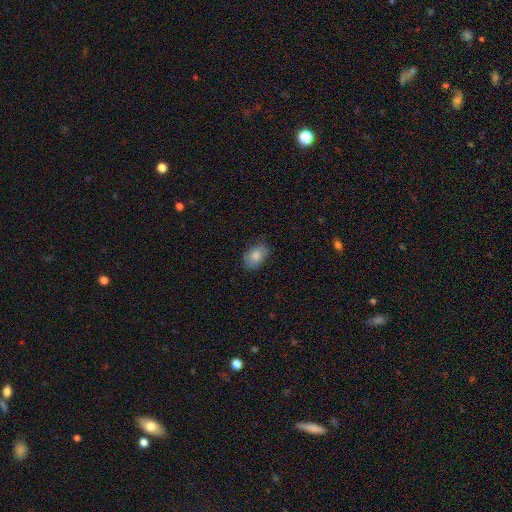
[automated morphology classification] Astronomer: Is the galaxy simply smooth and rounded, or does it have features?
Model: smooth — 83%.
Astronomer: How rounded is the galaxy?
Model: in between — 80%.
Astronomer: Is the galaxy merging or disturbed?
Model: none — 82%.